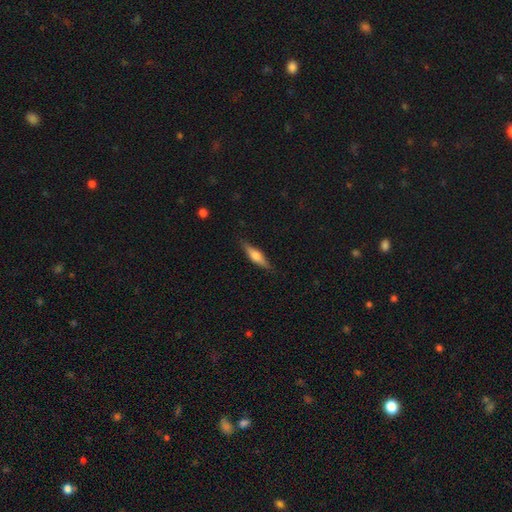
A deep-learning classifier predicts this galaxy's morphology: smooth-or-featured: featured or disk: 47% (tied) | smooth: 47% (tied) | star or artifact: 6%
  merging: none: 85% | minor disturbance: 11% | major disturbance: 2% | merger: 1%